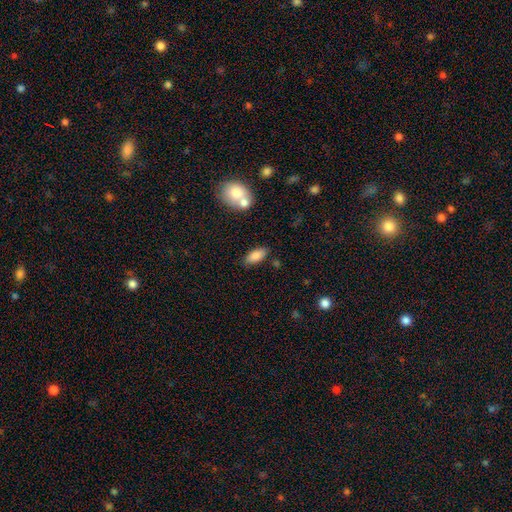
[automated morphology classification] smooth 85%, featured or disk 8%, star or artifact 7%. Down the decision tree: how rounded — in between (86%); merging — none (80%).